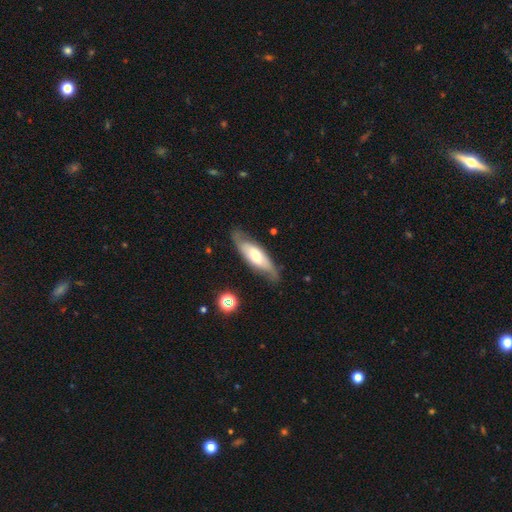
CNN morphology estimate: Smooth or featured? featured or disk (53%)
Edge-on disk? no (60%)
Merging? none (76%)